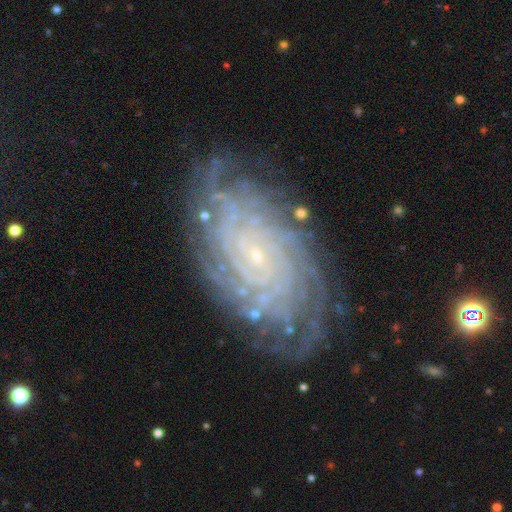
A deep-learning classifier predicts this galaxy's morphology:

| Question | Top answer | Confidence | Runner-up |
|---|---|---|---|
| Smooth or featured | featured or disk | 87% | star or artifact (7%) |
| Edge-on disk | no | 96% | yes (4%) |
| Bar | no | 73% | weak (20%) |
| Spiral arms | yes | 97% | no (3%) |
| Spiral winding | tight | 84% | medium (13%) |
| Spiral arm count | more than 4 | 35% | can't tell (26%) |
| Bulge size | small | 88% | moderate (7%) |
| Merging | none | 78% | minor disturbance (15%) |